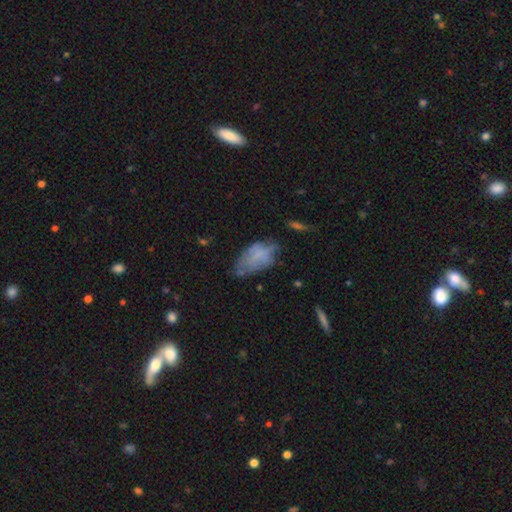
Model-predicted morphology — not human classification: Smooth or featured: smooth — 54% (featured or disk — 35%)
How rounded: in between — 91% (round — 5%)
Merging: none — 41% (minor disturbance — 33%)